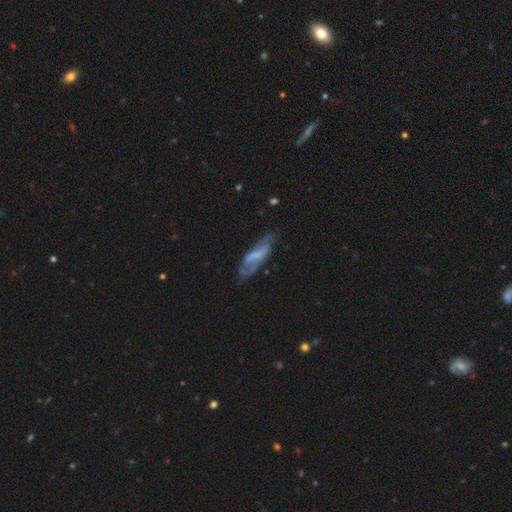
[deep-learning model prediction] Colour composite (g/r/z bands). It shows a featured or disk galaxy (52%). Merging: none (53%).